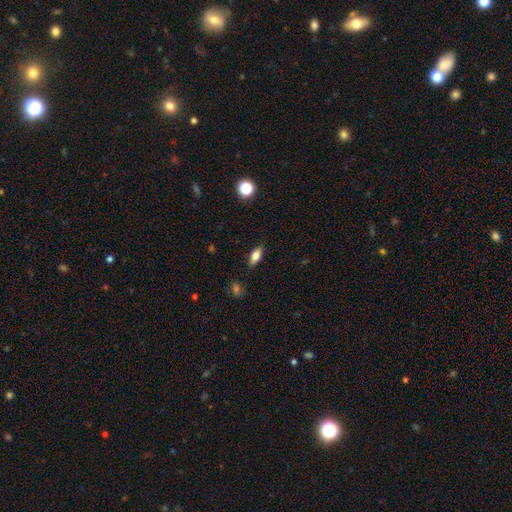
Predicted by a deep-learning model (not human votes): This appears to be a smooth galaxy with no disk features (75%) that is in between round and cigar-shaped (79%). Merging: none (86%).